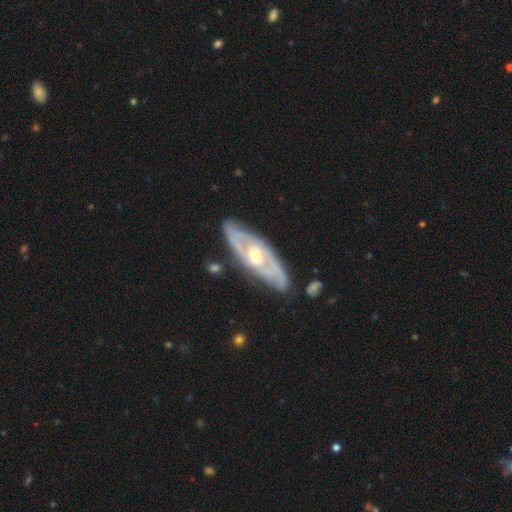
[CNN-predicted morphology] Smooth or featured: featured or disk — 80% (smooth — 16%)
Edge-on disk: no — 80% (yes — 20%)
Bar: no — 57% (weak — 31%)
Spiral arms: yes — 77% (no — 23%)
Bulge size: moderate — 64% (small — 31%)
Merging: none — 80% (minor disturbance — 14%)